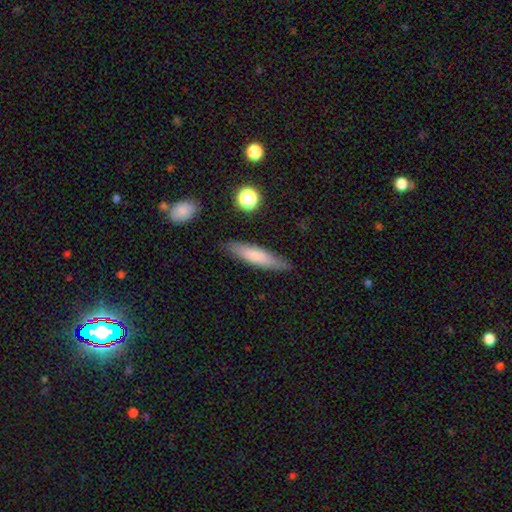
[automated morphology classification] The model was most divided on "smooth or featured": smooth: 74%, featured or disk: 19%, star or artifact: 7%. More confident: merging — none (86%); how rounded — cigar-shaped (78%).